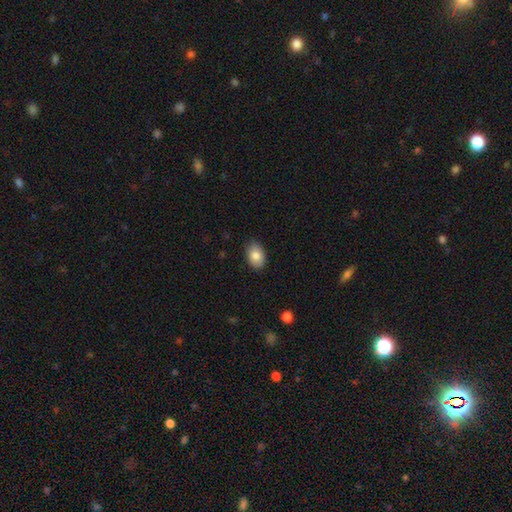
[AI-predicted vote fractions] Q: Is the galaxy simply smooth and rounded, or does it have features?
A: smooth — 84%.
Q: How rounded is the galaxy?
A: in between — 85%.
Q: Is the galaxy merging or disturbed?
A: none — 86%.